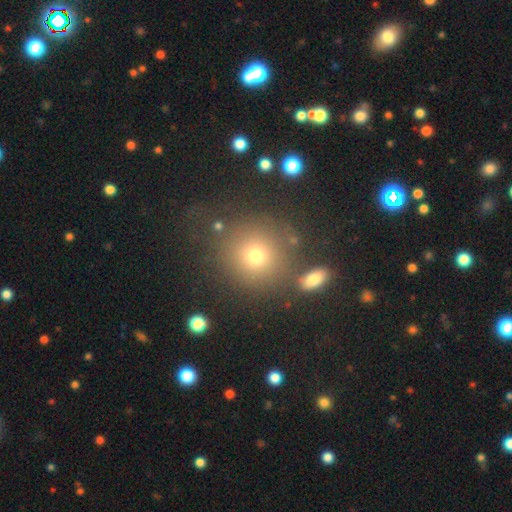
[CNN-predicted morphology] Smooth or featured: smooth — 70% (star or artifact — 19%)
How rounded: round — 91% (in between — 8%)
Merging: none — 75% (minor disturbance — 11%)